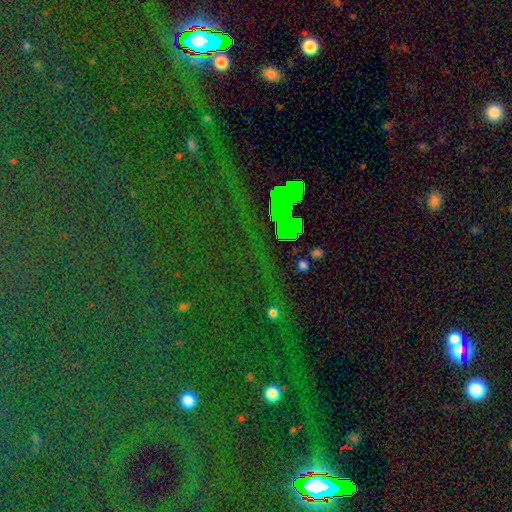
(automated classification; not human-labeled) Smooth or featured? star or artifact (85%)